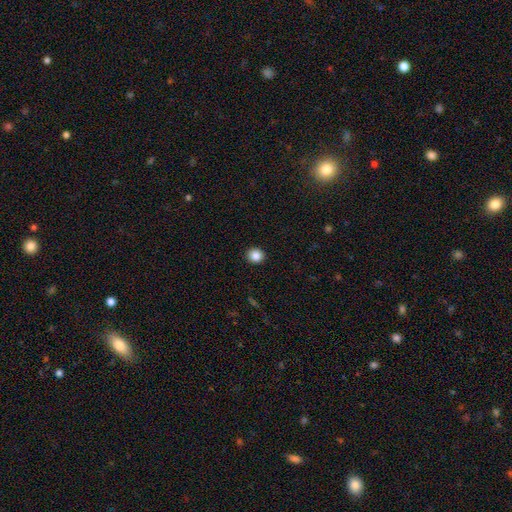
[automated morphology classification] Smooth or featured: smooth — 86% (star or artifact — 10%)
How rounded: round — 86% (in between — 13%)
Merging: none — 92% (minor disturbance — 5%)